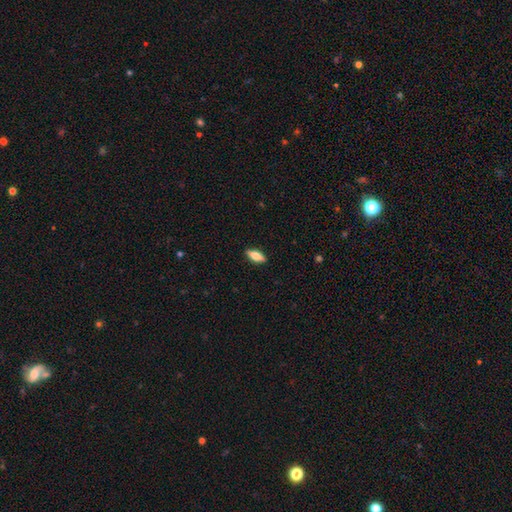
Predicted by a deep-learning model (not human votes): Morphology: type=smooth (69%); roundness=in between (74%); merging=none (89%).